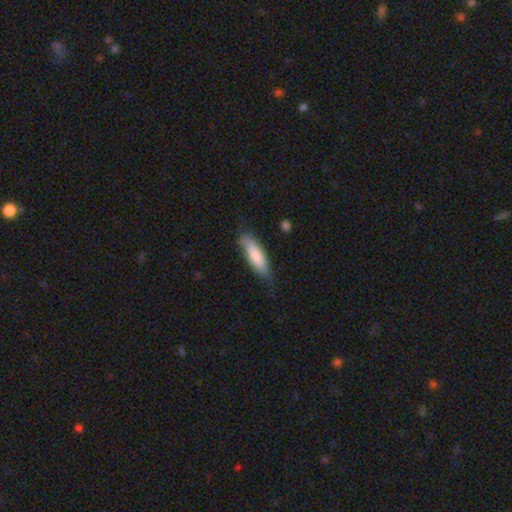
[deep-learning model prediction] Smooth or featured? smooth (80%)
How rounded? cigar-shaped (50%)
Merging? none (71%)